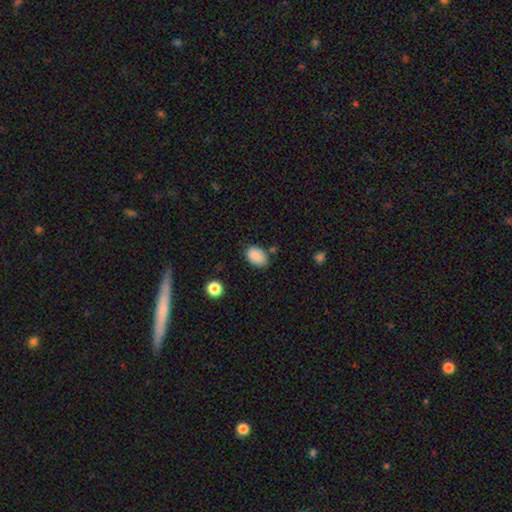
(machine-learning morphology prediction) Overall: smooth (88%). How rounded: in between (84%). Merging: none (73%).